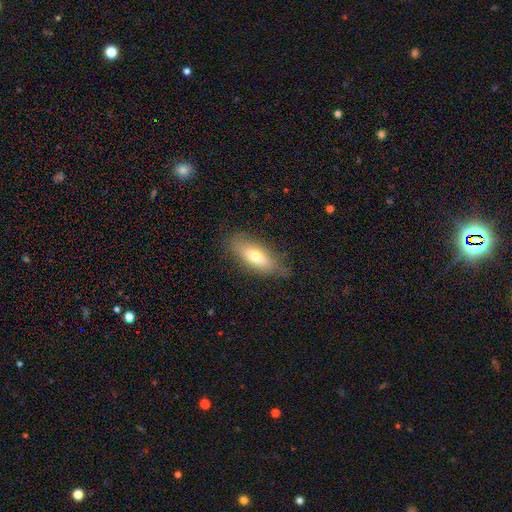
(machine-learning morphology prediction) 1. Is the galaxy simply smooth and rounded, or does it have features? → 66% smooth, 27% featured or disk, 7% star or artifact.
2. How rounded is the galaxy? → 68% in between, 29% cigar-shaped, 3% round.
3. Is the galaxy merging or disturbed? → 77% none, 17% minor disturbance, 5% major disturbance, 1% merger.